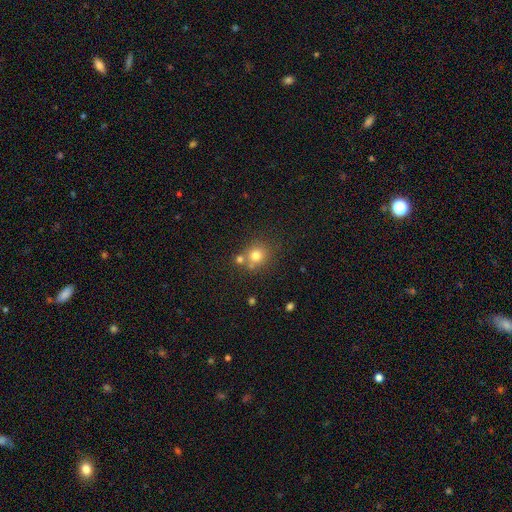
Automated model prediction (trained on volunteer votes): A smooth galaxy with no disk features (76%) that is round (84%).

Vote fractions:
- Smooth or featured? smooth: 76% / star or artifact: 14% / featured or disk: 10%
- How rounded? round: 84% / in between: 15% / cigar-shaped: 1%
- Merging? none: 60% / merger: 26% / minor disturbance: 11% / major disturbance: 4%